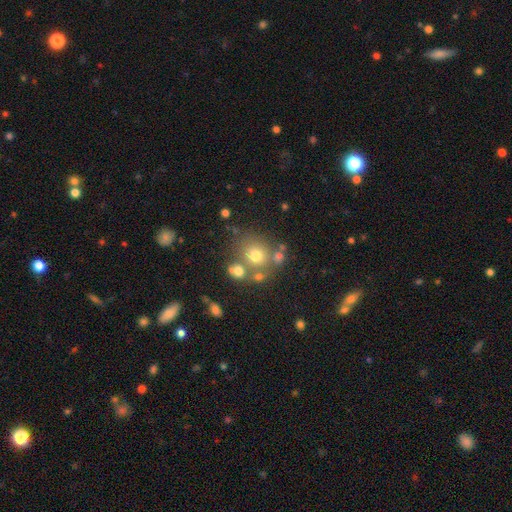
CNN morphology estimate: Smooth or featured?
  - smooth: 69% *
  - star or artifact: 16%
  - featured or disk: 15%
How rounded?
  - round: 81% *
  - in between: 18%
  - cigar-shaped: 1%
Merging?
  - none: 59% *
  - merger: 23%
  - minor disturbance: 12%
  - major disturbance: 6%